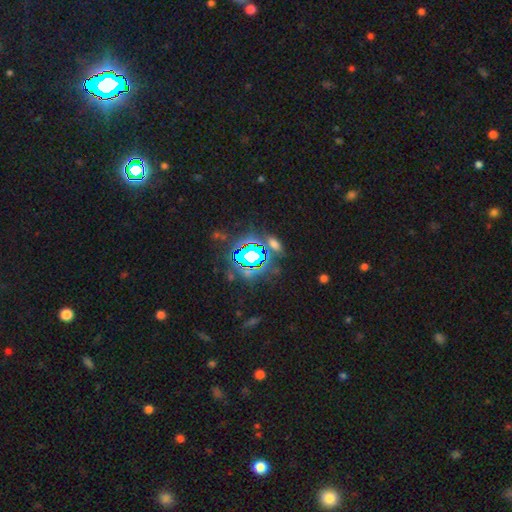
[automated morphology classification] A star or artifact, not a galaxy (70%).